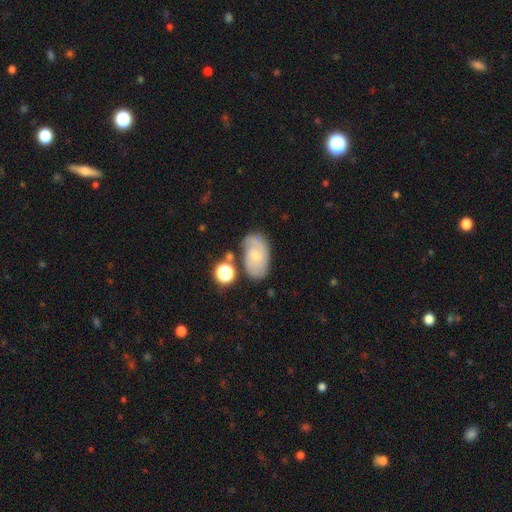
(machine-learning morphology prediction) Smooth or featured? Predicted: featured or disk (p=0.56). Edge-on disk? Predicted: no (p=0.95). Bar? Predicted: no (p=0.64). Spiral arms? Predicted: yes (p=0.84). Bulge size? Predicted: small (p=0.68). Merging? Predicted: none (p=0.67).